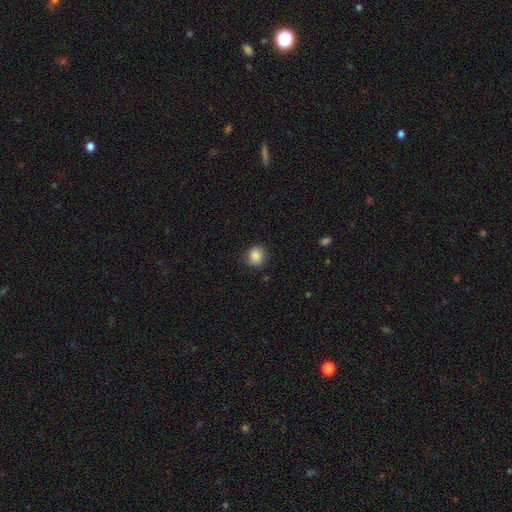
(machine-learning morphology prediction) Q: Smooth or featured?
A: smooth (87%); runner-up: star or artifact (8%)
Q: How rounded?
A: round (75%); runner-up: in between (24%)
Q: Merging?
A: none (74%); runner-up: minor disturbance (20%)